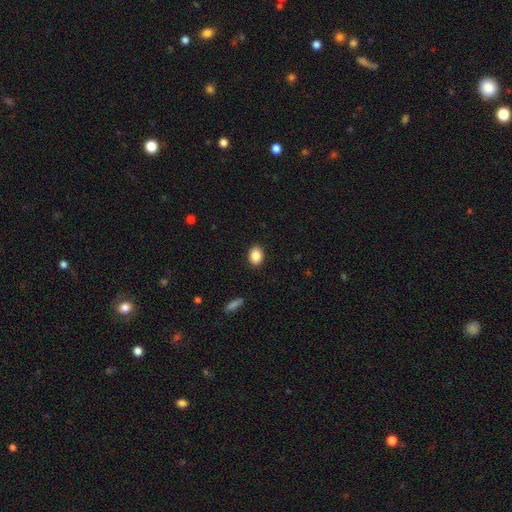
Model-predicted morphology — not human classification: This is clearly a smooth galaxy (88%). How rounded: likely in between (69%). Merging: clearly none (90%).